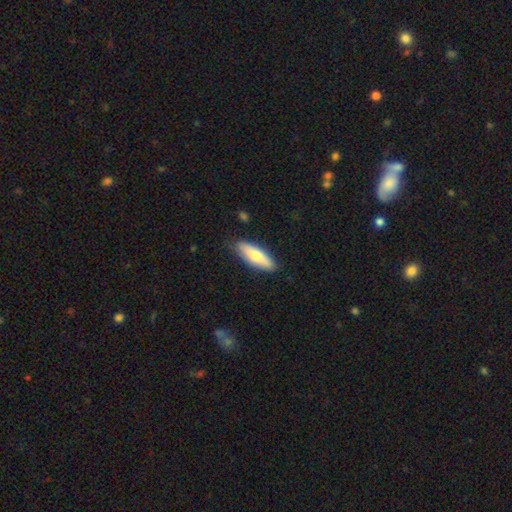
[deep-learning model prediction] Morphology: type=smooth (71%); roundness=in between (54%); merging=none (85%).